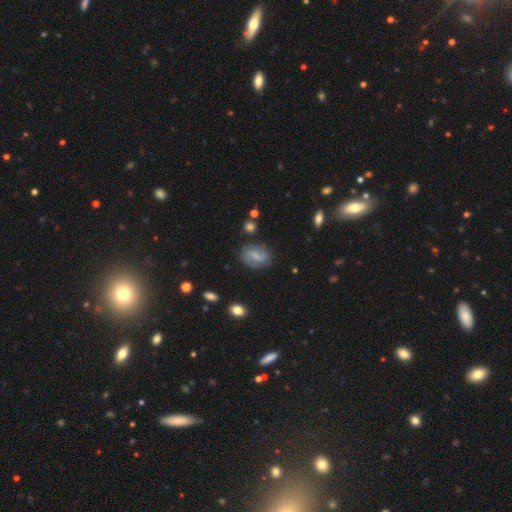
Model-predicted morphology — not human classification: A smooth galaxy with no disk features (48%).

Vote fractions:
- Smooth or featured? smooth: 48% / featured or disk: 43% / star or artifact: 9%
- Merging? none: 76% / minor disturbance: 17% / major disturbance: 5% / merger: 2%